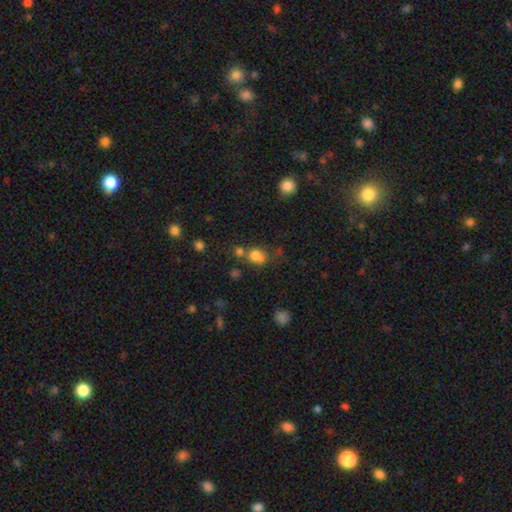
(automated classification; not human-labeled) Smooth or featured?
  - smooth: 76% *
  - star or artifact: 14%
  - featured or disk: 9%
How rounded?
  - round: 70% *
  - in between: 29%
  - cigar-shaped: 1%
Merging?
  - none: 48% *
  - merger: 31%
  - minor disturbance: 14%
  - major disturbance: 7%